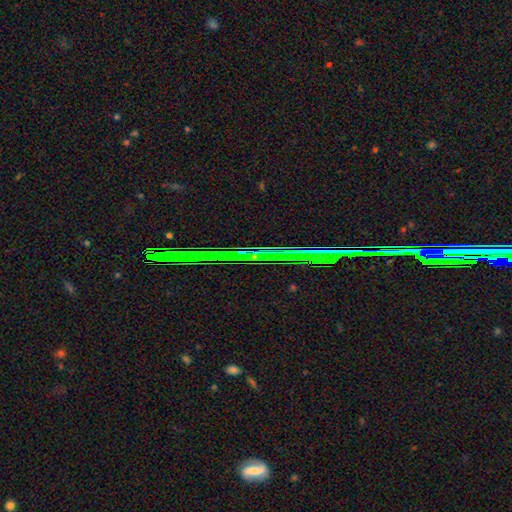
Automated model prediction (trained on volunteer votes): This is clearly a star or artifact rather than a galaxy (85%).